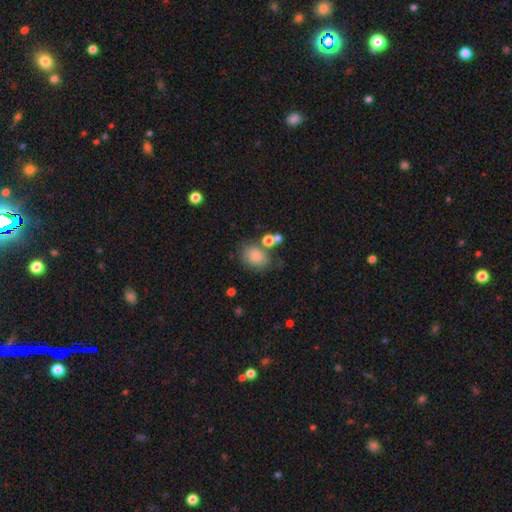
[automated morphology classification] Smooth or featured: smooth — 81% (star or artifact — 11%)
How rounded: in between — 50% (round — 49%)
Merging: none — 66% (minor disturbance — 16%)